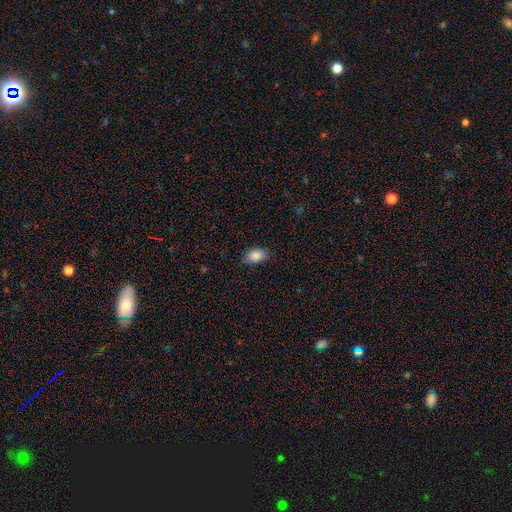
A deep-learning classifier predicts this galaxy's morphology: Smooth or featured? smooth (88%)
How rounded? in between (91%)
Merging? none (84%)